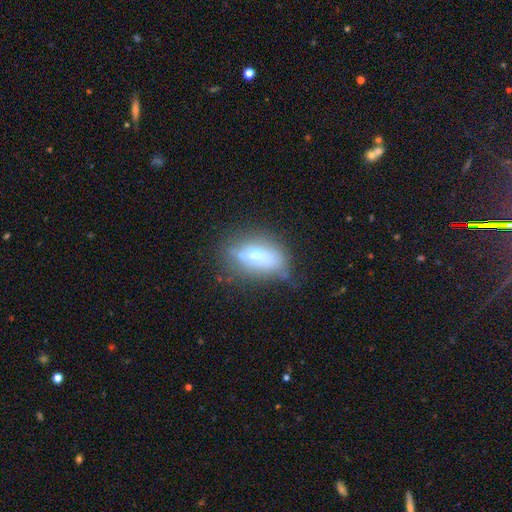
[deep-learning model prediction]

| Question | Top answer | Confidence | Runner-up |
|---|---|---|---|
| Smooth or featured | smooth | 50% | featured or disk (40%) |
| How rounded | in between | 79% | cigar-shaped (12%) |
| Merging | none | 57% | minor disturbance (27%) |